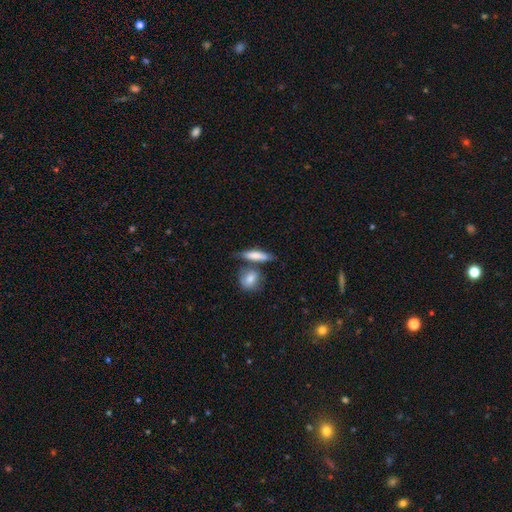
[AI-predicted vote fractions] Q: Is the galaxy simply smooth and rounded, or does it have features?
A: smooth — 74%.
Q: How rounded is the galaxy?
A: cigar-shaped — 56%.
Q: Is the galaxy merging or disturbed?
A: none — 56%.